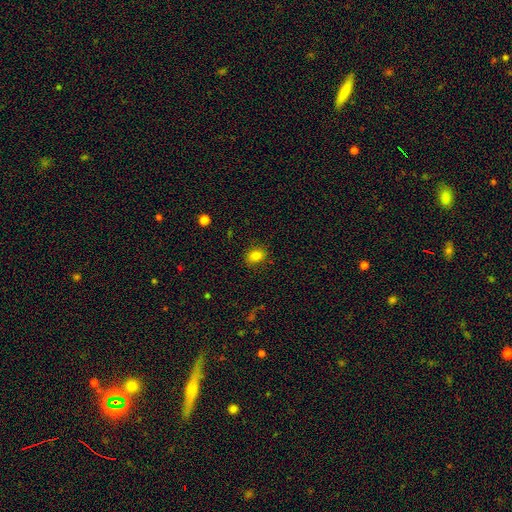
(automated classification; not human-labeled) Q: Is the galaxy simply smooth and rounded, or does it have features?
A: smooth — 83%.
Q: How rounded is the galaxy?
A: in between — 57%.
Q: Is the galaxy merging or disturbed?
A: none — 85%.